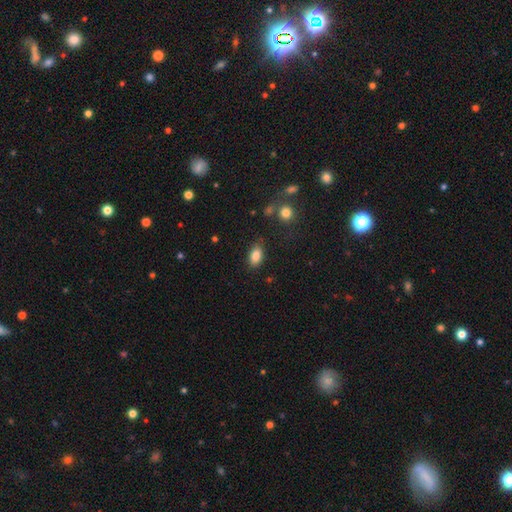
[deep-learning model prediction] Smooth or featured? smooth (86%)
How rounded? in between (90%)
Merging? none (83%)